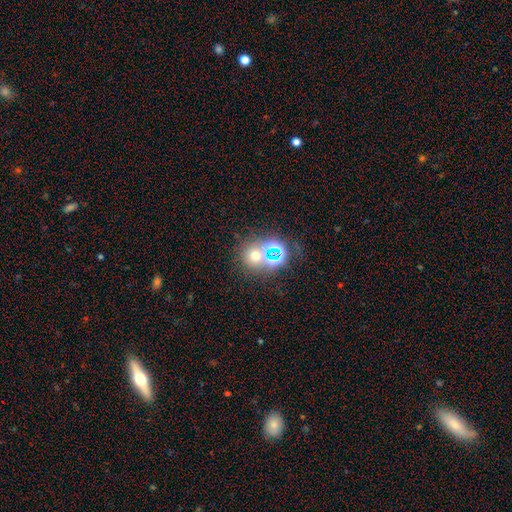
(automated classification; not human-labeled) Smooth or featured? smooth (53%)
How rounded? round (85%)
Merging? none (60%)